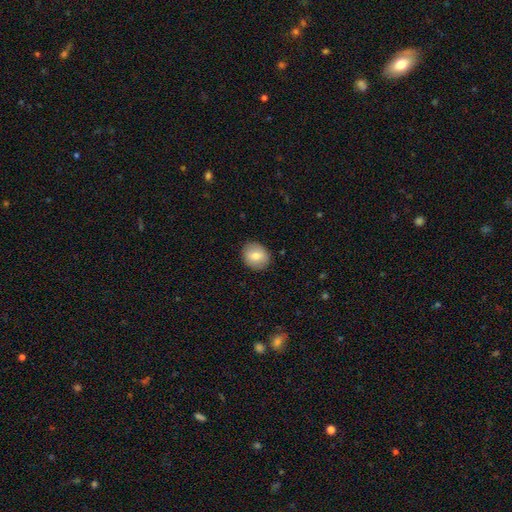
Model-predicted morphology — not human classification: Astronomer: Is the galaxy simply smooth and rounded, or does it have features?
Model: smooth — 76%.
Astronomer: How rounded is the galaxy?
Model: round — 69%.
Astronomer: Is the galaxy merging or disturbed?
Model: none — 88%.